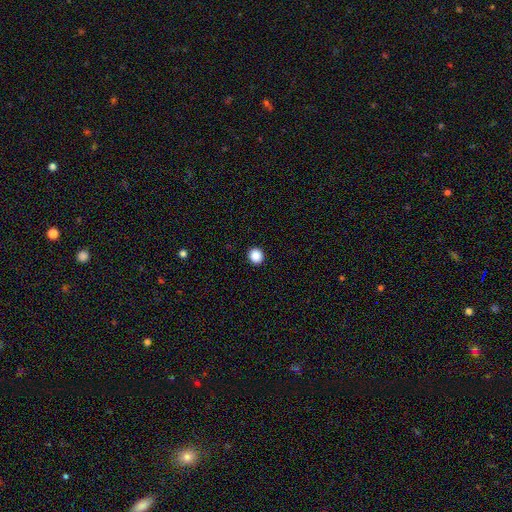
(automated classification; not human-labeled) Smooth or featured? Predicted: smooth (p=0.88). How rounded? Predicted: round (p=0.91). Merging? Predicted: none (p=0.93).